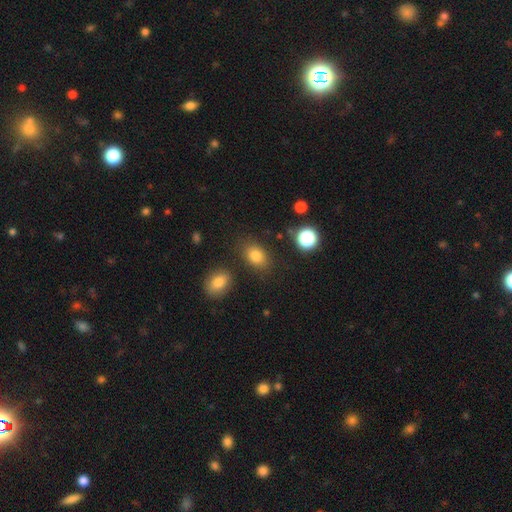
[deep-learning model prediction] smooth 81%, star or artifact 12%, featured or disk 7%. Down the decision tree: how rounded — in between (76%); merging — none (81%).